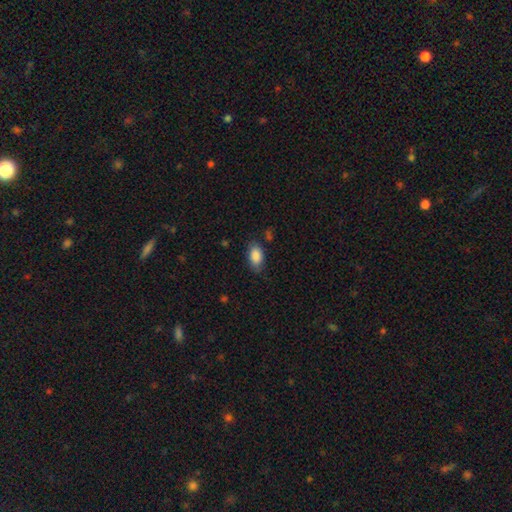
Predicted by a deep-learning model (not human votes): Smooth or featured?
  - smooth: 88% *
  - star or artifact: 7%
  - featured or disk: 6%
How rounded?
  - in between: 91% *
  - round: 7%
  - cigar-shaped: 2%
Merging?
  - none: 76% *
  - minor disturbance: 18%
  - major disturbance: 4%
  - merger: 2%